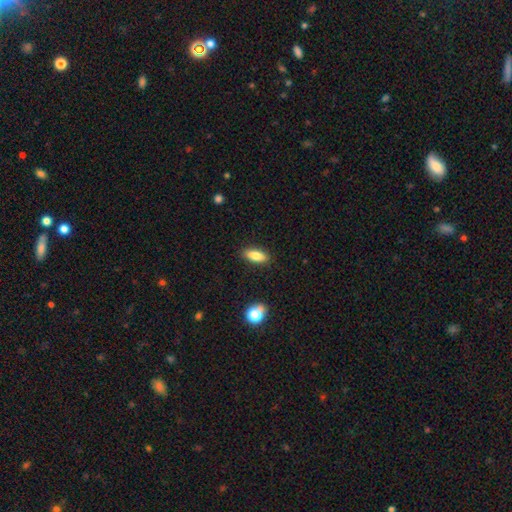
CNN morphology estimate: Q: Smooth or featured?
A: smooth (81%); runner-up: featured or disk (11%)
Q: How rounded?
A: in between (74%); runner-up: cigar-shaped (23%)
Q: Merging?
A: none (88%); runner-up: minor disturbance (8%)